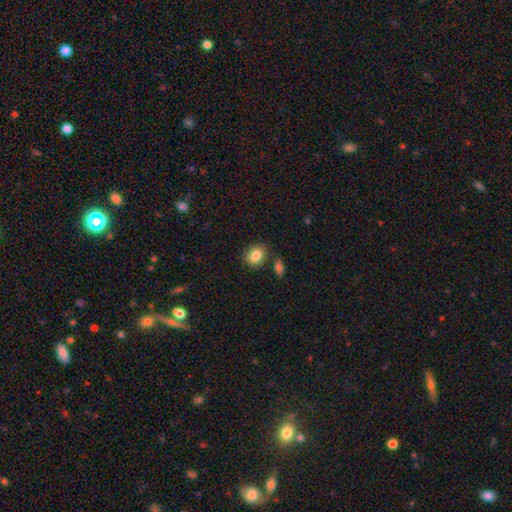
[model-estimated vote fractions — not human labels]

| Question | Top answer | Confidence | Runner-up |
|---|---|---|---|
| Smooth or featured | smooth | 85% | star or artifact (8%) |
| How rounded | round | 60% | in between (39%) |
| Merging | none | 77% | minor disturbance (12%) |